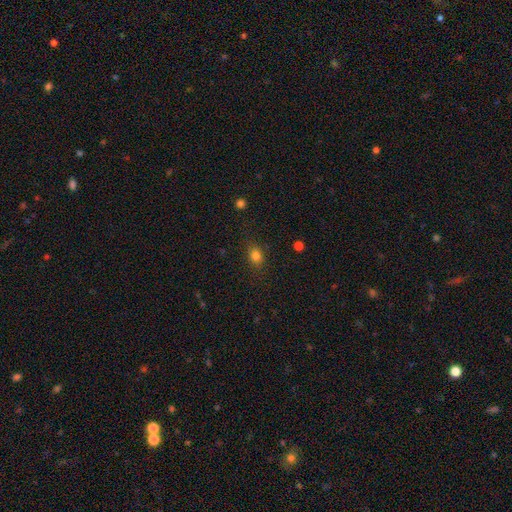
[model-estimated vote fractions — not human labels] Smooth or featured: smooth — 81% (star or artifact — 12%)
How rounded: in between — 55% (round — 43%)
Merging: none — 82% (minor disturbance — 13%)